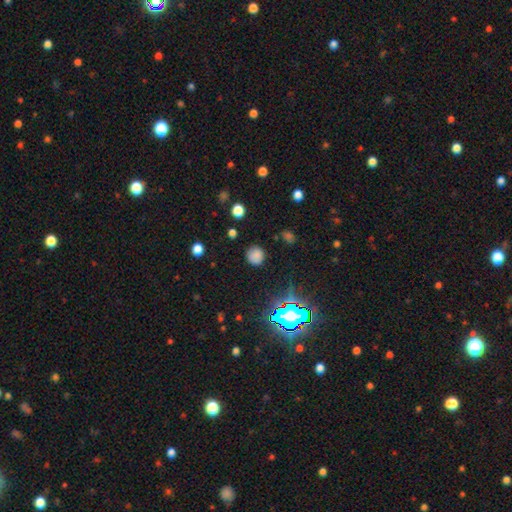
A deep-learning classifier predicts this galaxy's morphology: Q: Smooth or featured?
A: smooth (72%); runner-up: star or artifact (21%)
Q: How rounded?
A: round (90%); runner-up: in between (9%)
Q: Merging?
A: none (83%); runner-up: minor disturbance (11%)